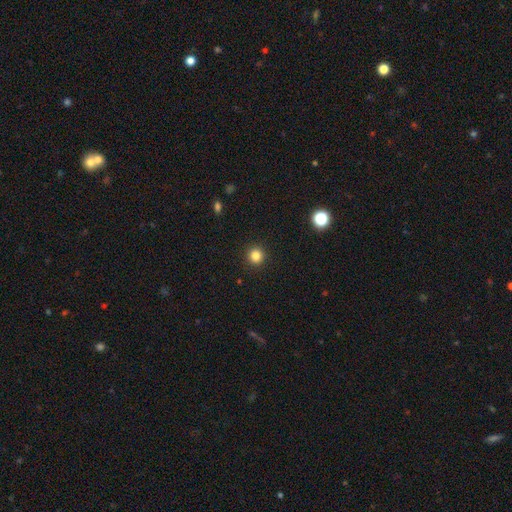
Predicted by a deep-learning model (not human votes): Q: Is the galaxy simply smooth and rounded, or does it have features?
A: smooth — 84%.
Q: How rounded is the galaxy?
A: round — 95%.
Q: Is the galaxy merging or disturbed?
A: none — 93%.